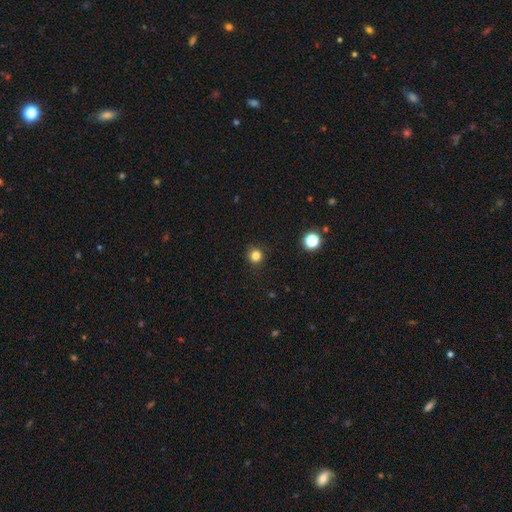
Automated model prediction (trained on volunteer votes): Smooth or featured? smooth (82%)
How rounded? round (94%)
Merging? none (91%)